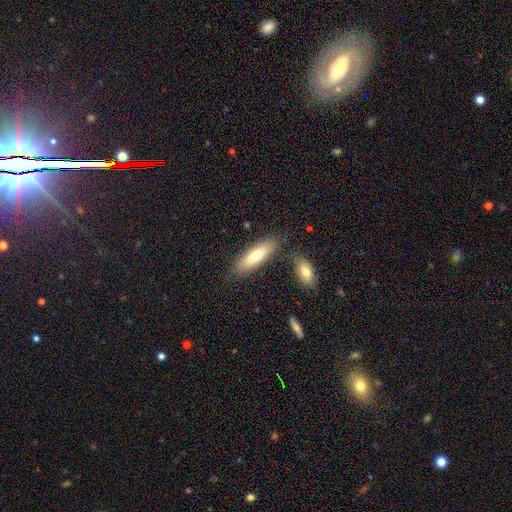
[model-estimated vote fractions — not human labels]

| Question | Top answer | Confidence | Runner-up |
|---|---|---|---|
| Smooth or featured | smooth | 71% | featured or disk (23%) |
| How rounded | cigar-shaped | 55% | in between (44%) |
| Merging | none | 78% | minor disturbance (11%) |